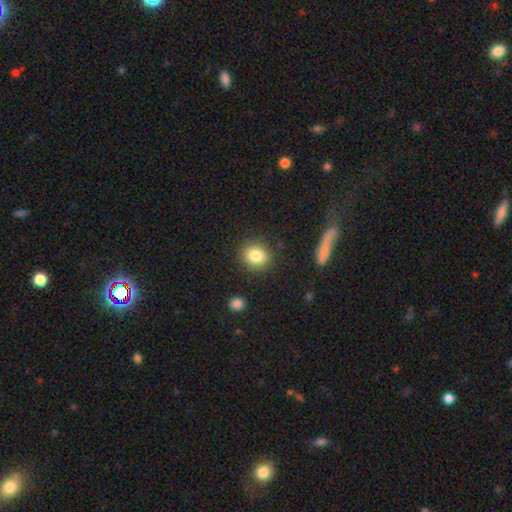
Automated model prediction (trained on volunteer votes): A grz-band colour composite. It shows a smooth galaxy with no disk features (83%) that is round (73%). Merging: none (87%).